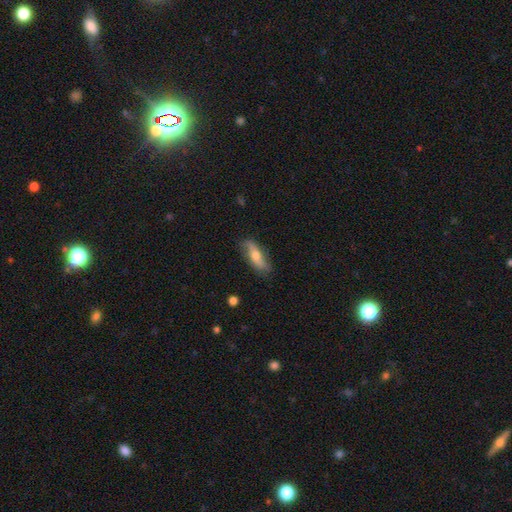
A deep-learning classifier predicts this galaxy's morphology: A featured or disk galaxy (48%).

Vote fractions:
- Smooth or featured? featured or disk: 48% / smooth: 45% / star or artifact: 7%
- Merging? none: 77% / minor disturbance: 17% / major disturbance: 4% / merger: 1%